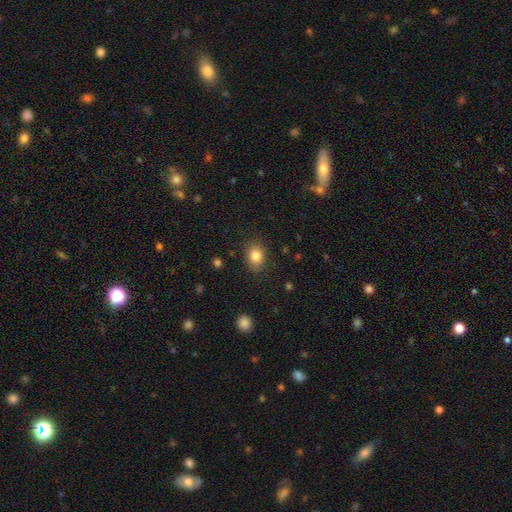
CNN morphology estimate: A smooth galaxy with no disk features (83%) that is in between round and cigar-shaped (61%).

Vote fractions:
- Smooth or featured? smooth: 83% / star or artifact: 10% / featured or disk: 7%
- How rounded? in between: 61% / round: 38% / cigar-shaped: 1%
- Merging? none: 86% / minor disturbance: 10% / major disturbance: 3% / merger: 1%